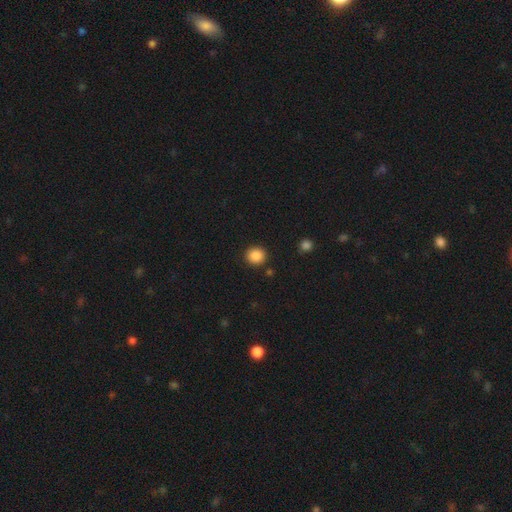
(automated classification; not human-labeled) This appears to be a smooth galaxy with no disk features (87%) that is round (88%). Merging: none (89%).